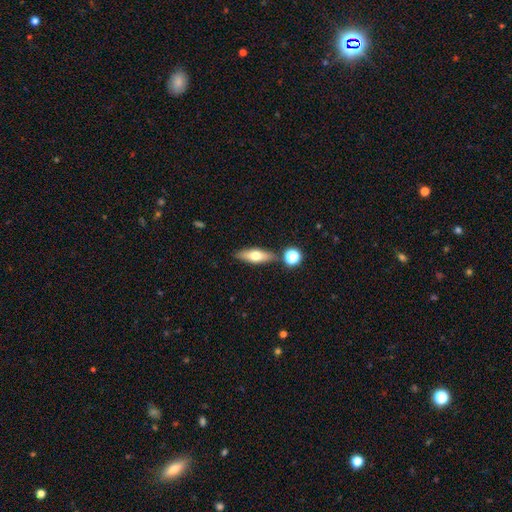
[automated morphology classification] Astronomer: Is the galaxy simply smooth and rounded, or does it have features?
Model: smooth — 58% (runner-up: featured or disk, 34%).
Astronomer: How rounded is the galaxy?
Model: in between — 53% (runner-up: cigar-shaped, 42%).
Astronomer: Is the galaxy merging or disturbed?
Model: none — 79%.